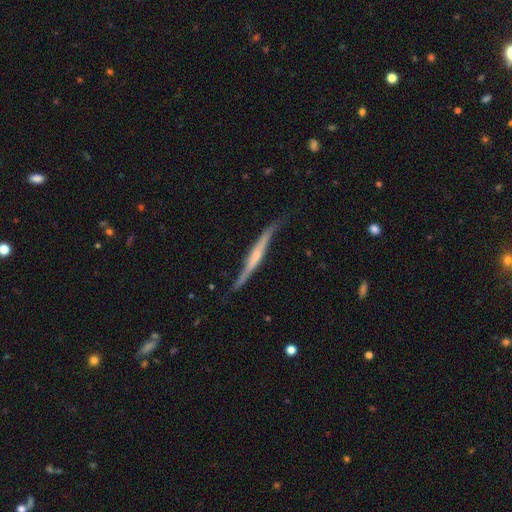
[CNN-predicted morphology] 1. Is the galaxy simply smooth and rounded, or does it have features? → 70% featured or disk, 25% smooth, 5% star or artifact.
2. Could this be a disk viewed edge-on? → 91% yes, 9% no.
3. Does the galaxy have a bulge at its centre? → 46% none, 39% rounded, 15% boxy.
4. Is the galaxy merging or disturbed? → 65% none, 26% minor disturbance, 6% major disturbance, 2% merger.